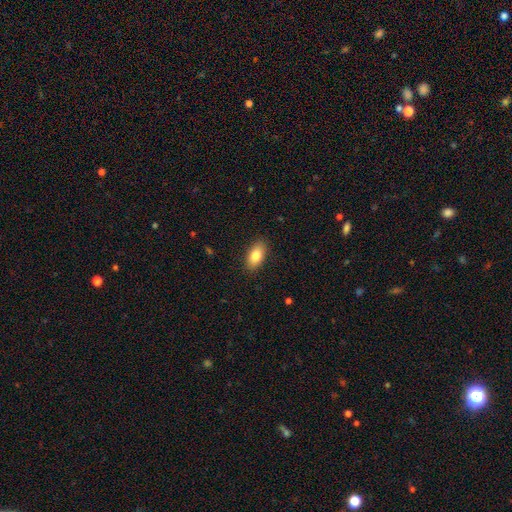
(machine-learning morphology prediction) type=smooth (83%); roundness=in between (91%); merging=none (88%).